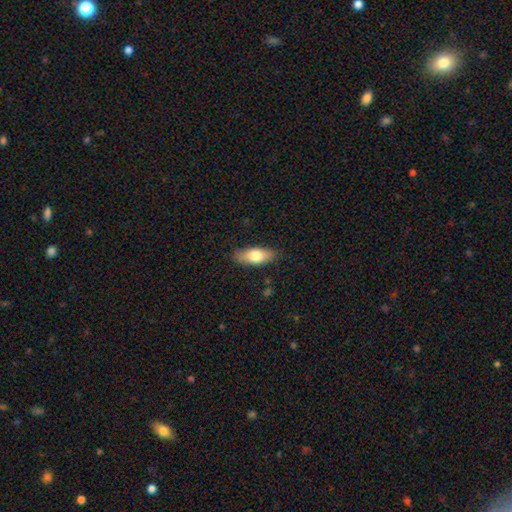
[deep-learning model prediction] smooth-or-featured: smooth: 73% | featured or disk: 20% | star or artifact: 6%
  how-rounded: in between: 78% | cigar-shaped: 19% | round: 3%
  merging: none: 84% | minor disturbance: 12% | major disturbance: 3% | merger: 1%